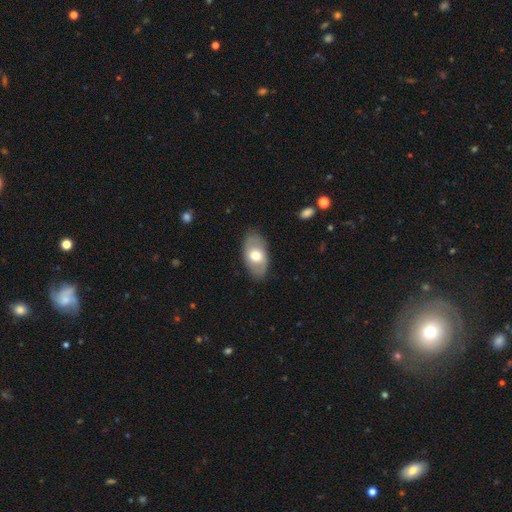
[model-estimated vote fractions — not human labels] Smooth or featured?
  - smooth: 59% *
  - featured or disk: 35%
  - star or artifact: 6%
How rounded?
  - in between: 92% *
  - round: 5%
  - cigar-shaped: 2%
Merging?
  - none: 84% *
  - minor disturbance: 12%
  - major disturbance: 3%
  - merger: 1%